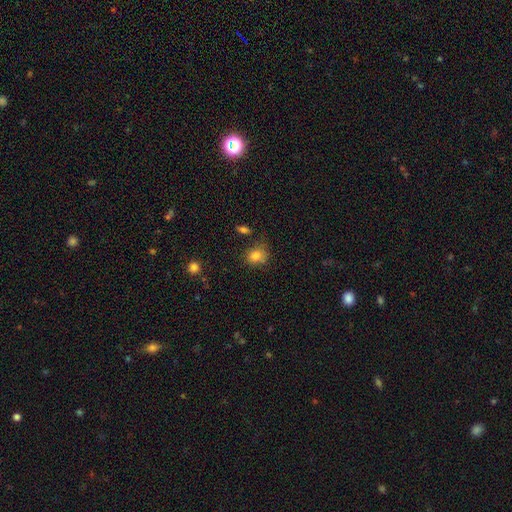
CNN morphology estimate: Smooth or featured? smooth (82%)
How rounded? round (56%)
Merging? none (60%)